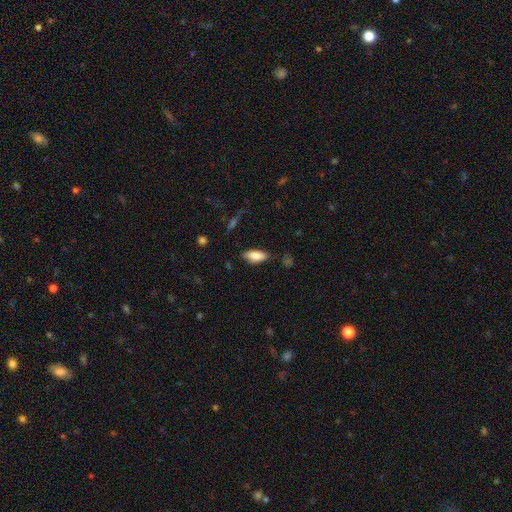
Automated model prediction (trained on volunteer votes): Overall: smooth (81%). How rounded: in between (78%). Merging: none (77%).